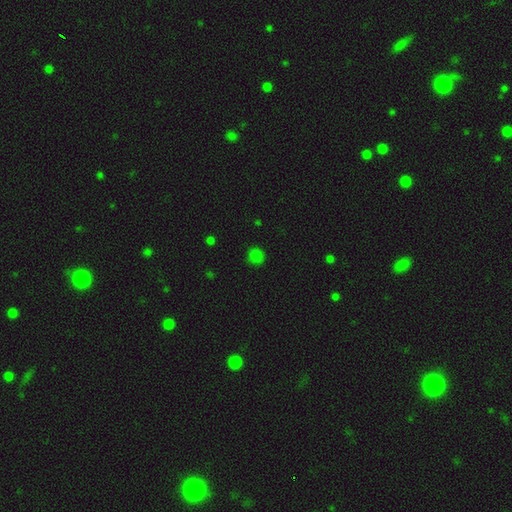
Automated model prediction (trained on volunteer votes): Smooth or featured: smooth — 79% (star or artifact — 17%)
How rounded: round — 91% (in between — 8%)
Merging: none — 87% (minor disturbance — 10%)